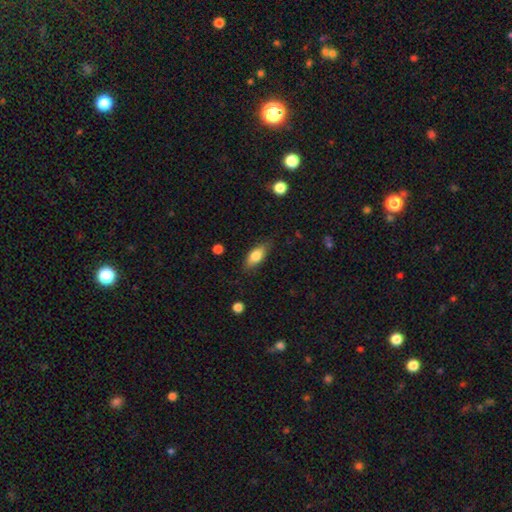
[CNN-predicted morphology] type=smooth (79%); roundness=in between (81%); merging=none (78%).